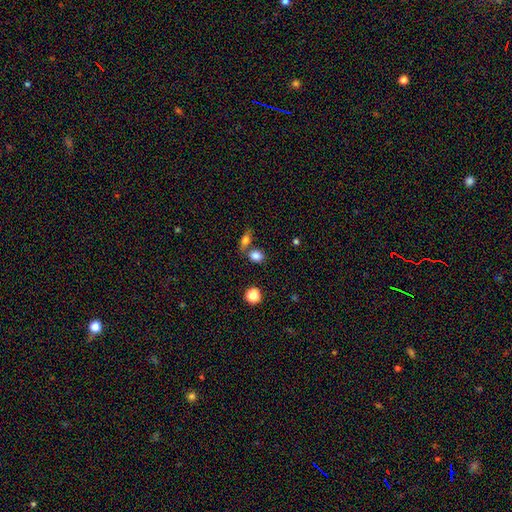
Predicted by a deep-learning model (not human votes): Smooth or featured? smooth (82%)
How rounded? in between (62%)
Merging? none (61%)